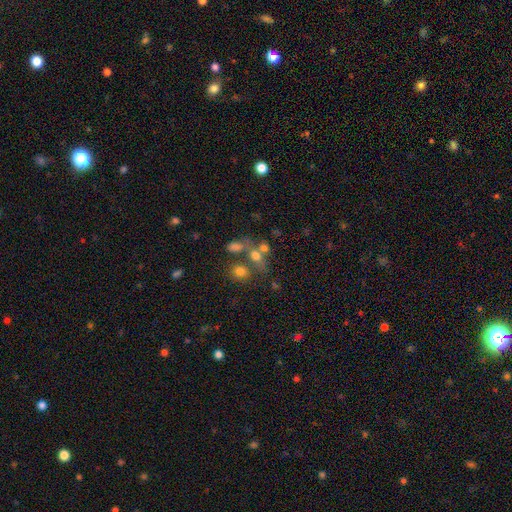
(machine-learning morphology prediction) Overall: smooth (63%). How rounded: in between (51%; round 46%). Merging: merger (41%; none 40%).